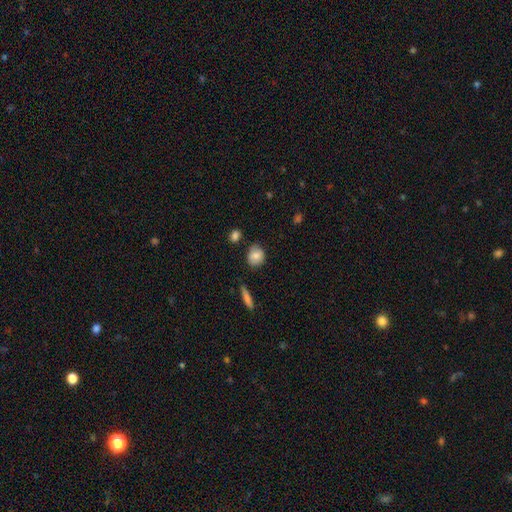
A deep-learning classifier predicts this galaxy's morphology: smooth 81%, featured or disk 11%, star or artifact 8%. Down the decision tree: how rounded — round (66%); merging — none (76%).